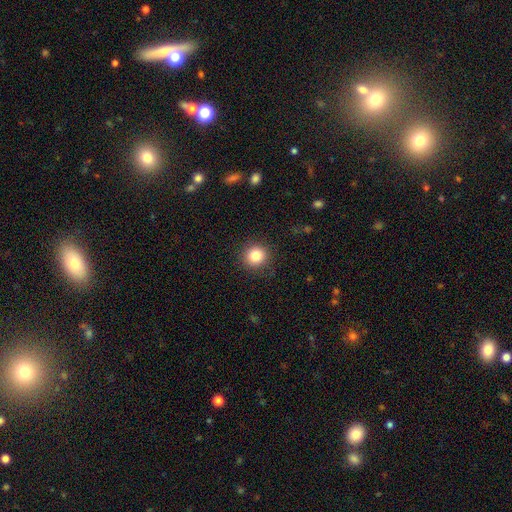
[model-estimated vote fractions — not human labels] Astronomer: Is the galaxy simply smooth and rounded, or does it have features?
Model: smooth — 83%.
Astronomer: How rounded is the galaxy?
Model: round — 91%.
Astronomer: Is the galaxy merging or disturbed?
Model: none — 90%.